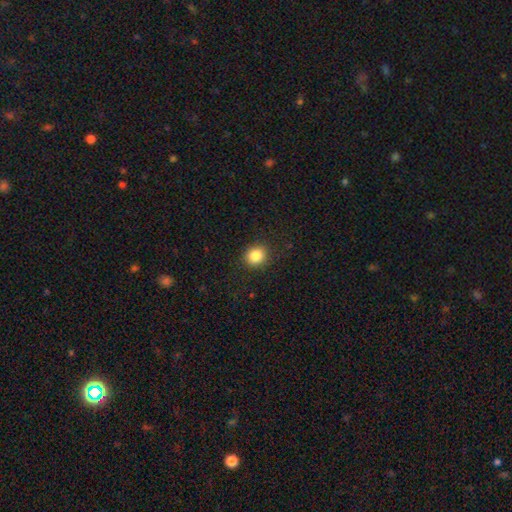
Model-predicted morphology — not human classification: A smooth galaxy with no disk features (85%) that is round (79%). Merging: none (89%).